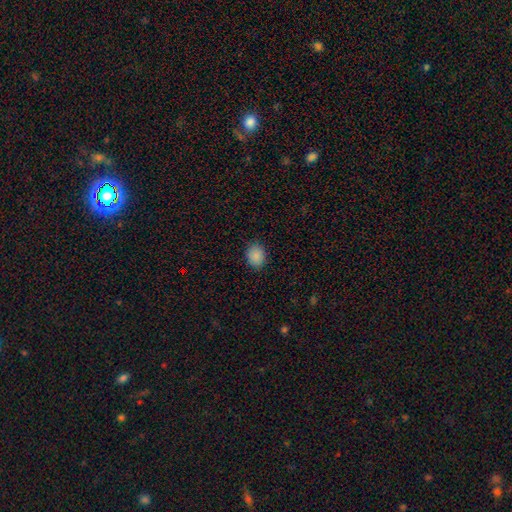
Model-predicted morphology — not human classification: smooth_or_featured: smooth (p=0.88) [alt: star or artifact p=0.09]
how_rounded: in between (p=0.54) [alt: round p=0.45]
merging: none (p=0.87) [alt: minor disturbance p=0.10]